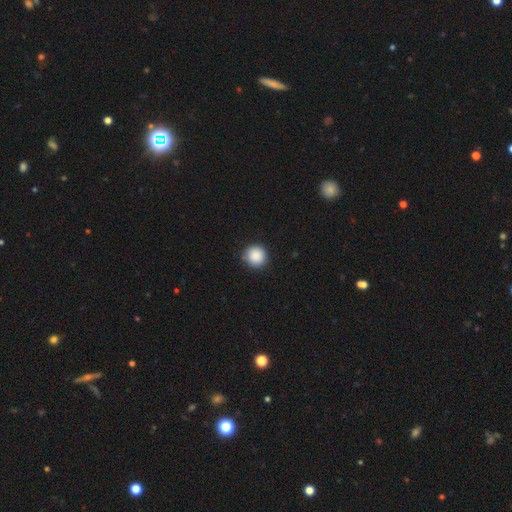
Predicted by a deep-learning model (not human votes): This appears to be a smooth galaxy with no disk features (89%) that is round (95%). Merging: none (89%).